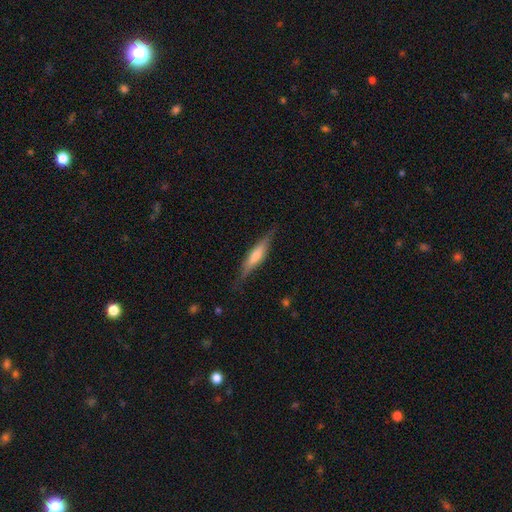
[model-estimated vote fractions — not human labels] featured or disk 57%, smooth 37%, star or artifact 6%. Down the decision tree: edge-on disk — yes (93%); edge-on bulge — rounded (70%); merging — none (81%).